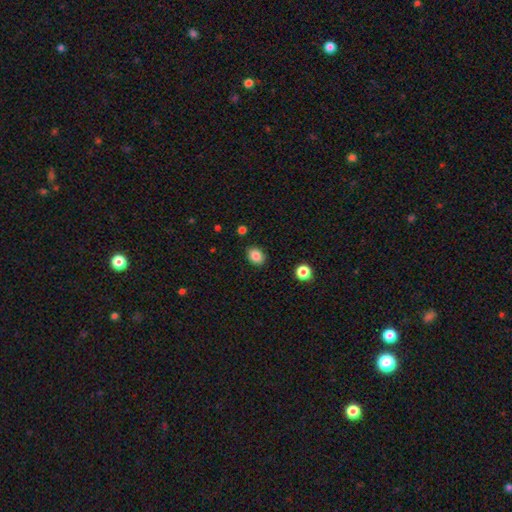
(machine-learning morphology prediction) smooth 86%, star or artifact 9%, featured or disk 5%. Down the decision tree: how rounded — in between (64%); merging — none (87%).